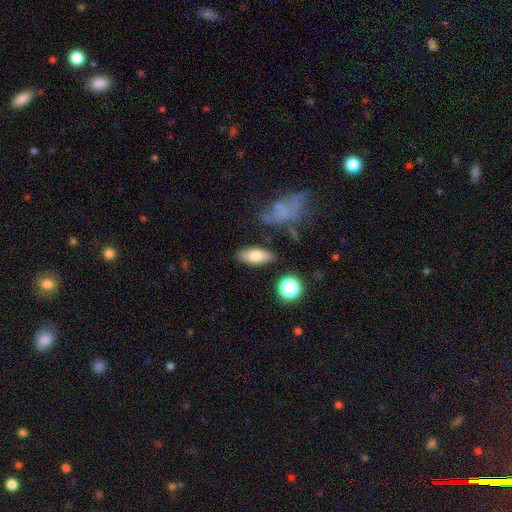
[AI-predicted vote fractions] This is likely a smooth galaxy (71%). How rounded: likely in between (73%). Merging: clearly none (82%).